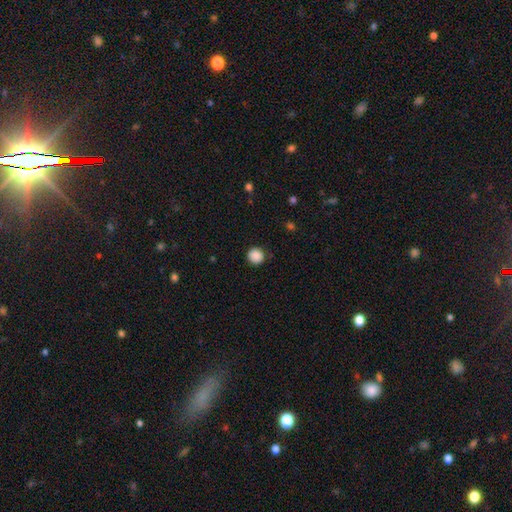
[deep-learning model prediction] This appears to be a smooth galaxy with no disk features (88%) that is round (93%). Merging: none (89%).